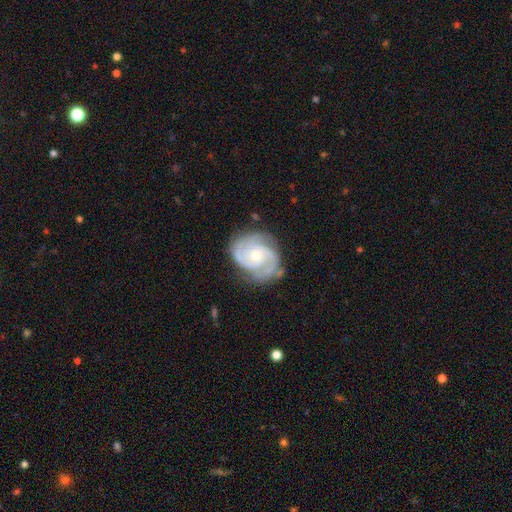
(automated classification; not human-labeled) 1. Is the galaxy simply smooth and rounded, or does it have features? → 90% featured or disk, 6% smooth, 4% star or artifact.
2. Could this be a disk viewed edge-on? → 98% no, 2% yes.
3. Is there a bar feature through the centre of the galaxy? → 70% no, 25% weak, 5% strong.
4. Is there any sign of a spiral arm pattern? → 98% yes, 2% no.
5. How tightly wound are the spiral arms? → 55% tight, 39% medium, 6% loose.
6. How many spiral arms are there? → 45% 2, 34% 3, 9% can't tell, 5% 4, 4% 1, 3% more than 4.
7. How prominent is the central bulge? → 54% small, 43% moderate, 1% large, 1% none, 1% dominant.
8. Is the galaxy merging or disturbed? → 75% none, 18% minor disturbance, 6% major disturbance, 2% merger.